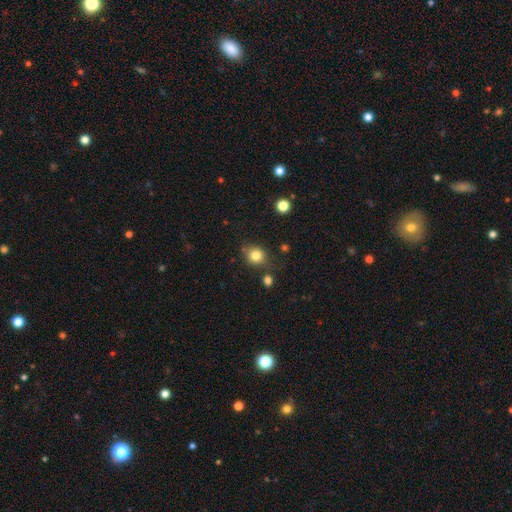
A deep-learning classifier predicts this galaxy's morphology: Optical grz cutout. It shows a smooth galaxy with no disk features (82%) that is round (80%). Merging: none (75%).